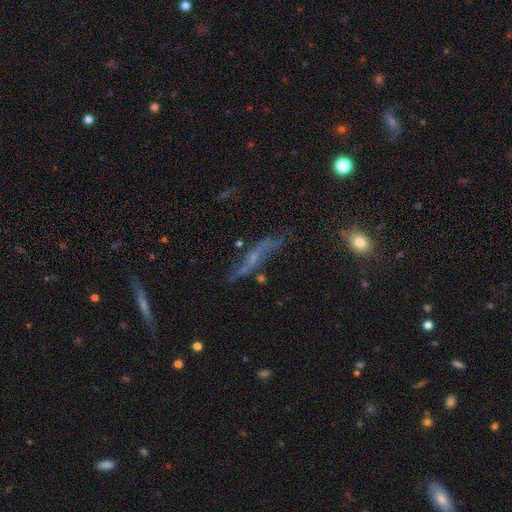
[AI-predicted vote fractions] smooth_or_featured: featured or disk (p=0.61) [alt: smooth p=0.25]
disk_edge_on: no (p=0.51) [alt: yes p=0.49]
merging: none (p=0.54) [alt: minor disturbance p=0.23]